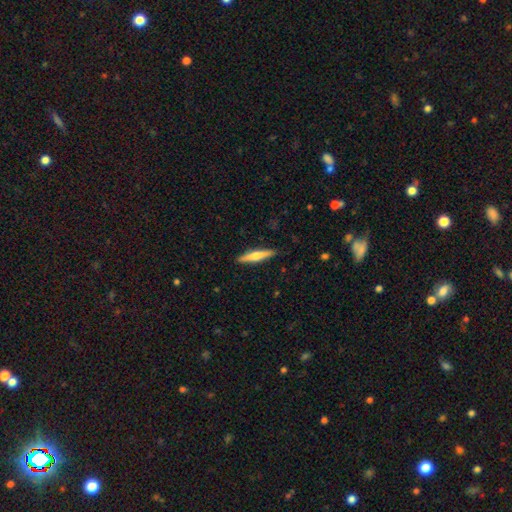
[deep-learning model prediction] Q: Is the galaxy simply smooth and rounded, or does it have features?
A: smooth — 50%.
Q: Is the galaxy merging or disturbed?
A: none — 90%.